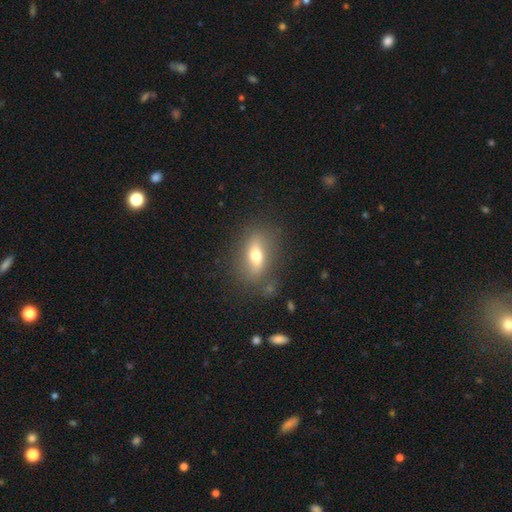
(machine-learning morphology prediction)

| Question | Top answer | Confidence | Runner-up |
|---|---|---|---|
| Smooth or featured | smooth | 58% | featured or disk (32%) |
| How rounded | in between | 72% | cigar-shaped (16%) |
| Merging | none | 78% | minor disturbance (14%) |